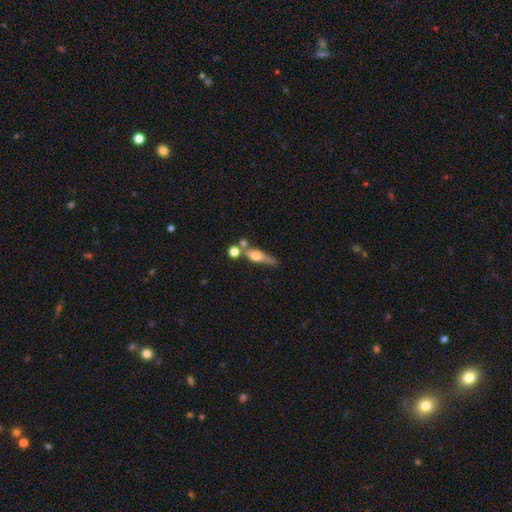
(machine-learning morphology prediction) Smooth or featured?
  - featured or disk: 47% *
  - smooth: 44%
  - star or artifact: 9%
Merging?
  - none: 49% *
  - merger: 27%
  - minor disturbance: 16%
  - major disturbance: 8%